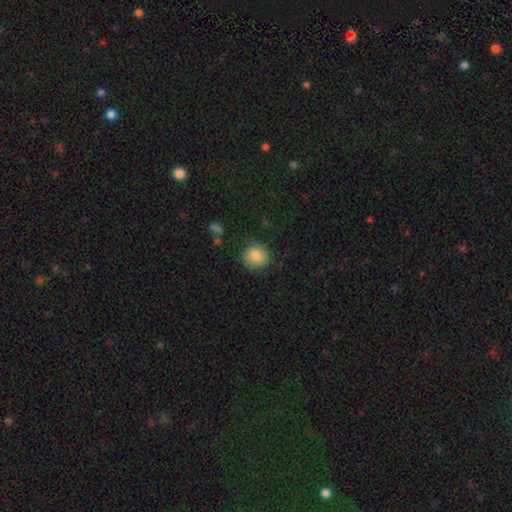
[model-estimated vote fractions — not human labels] The model was most divided on "merging": none: 74%, minor disturbance: 18%, major disturbance: 6%, merger: 2%. More confident: how rounded — round (86%); smooth or featured — smooth (82%).